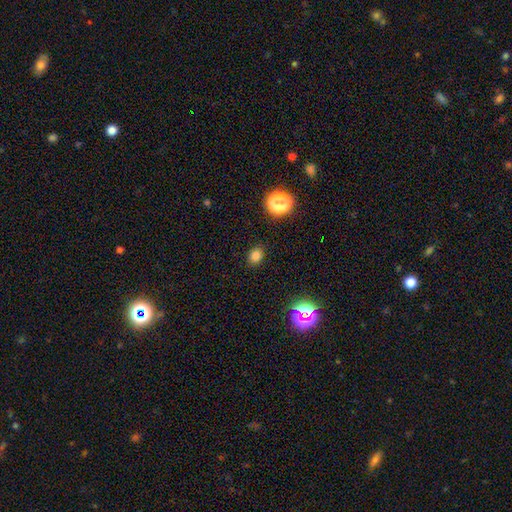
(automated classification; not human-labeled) The model was most divided on "how rounded": round: 51%, in between: 48%, cigar-shaped: 1%. More confident: merging — none (87%); smooth or featured — smooth (79%).